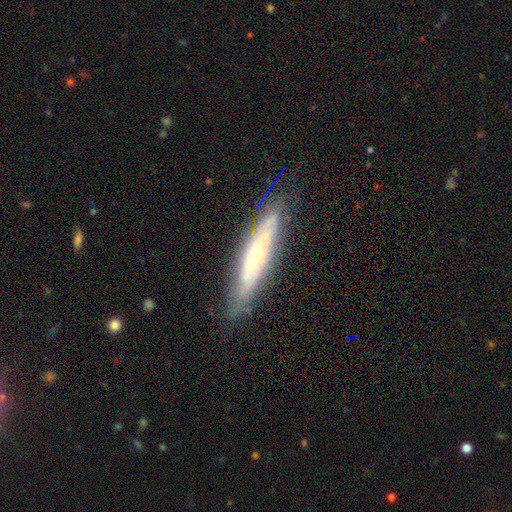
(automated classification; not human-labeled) Q: Smooth or featured?
A: featured or disk (61%); runner-up: smooth (32%)
Q: Edge-on disk?
A: yes (58%); runner-up: no (42%)
Q: Merging?
A: none (77%); runner-up: minor disturbance (17%)